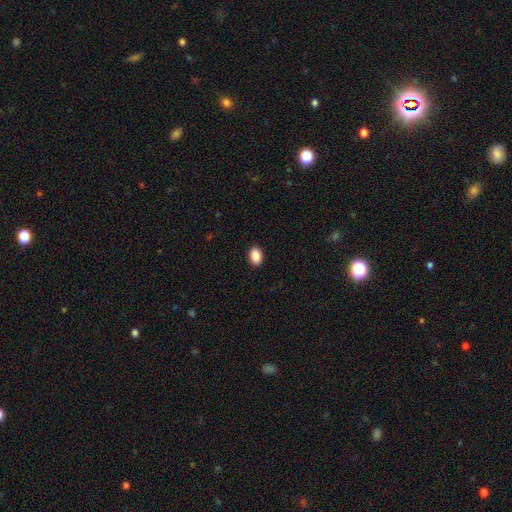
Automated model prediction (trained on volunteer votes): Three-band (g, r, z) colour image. It shows a smooth galaxy with no disk features (90%) that is in between round and cigar-shaped (83%). Merging: none (90%).